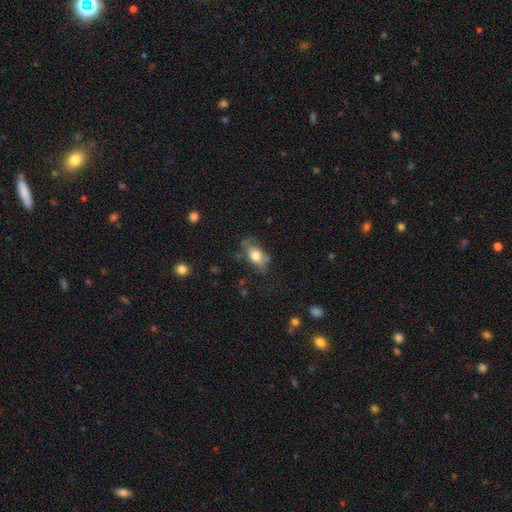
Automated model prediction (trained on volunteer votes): A smooth galaxy with no disk features (71%) that is in between round and cigar-shaped (83%). Merging: none (58%).